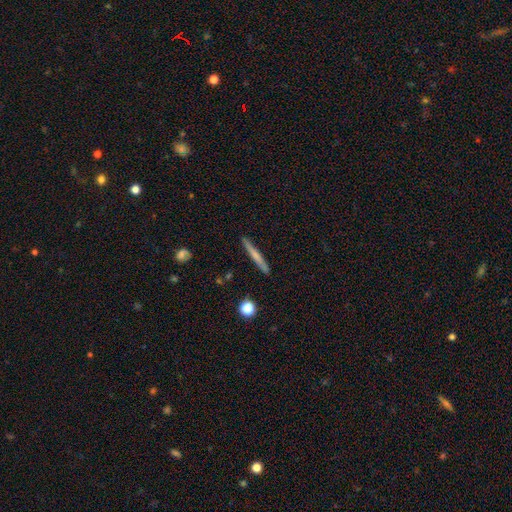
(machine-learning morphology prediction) smooth-or-featured: smooth: 52% | featured or disk: 42% | star or artifact: 6%
  how-rounded: cigar-shaped: 95% | in between: 3% | round: 2%
  merging: none: 90% | minor disturbance: 7% | major disturbance: 2% | merger: 1%